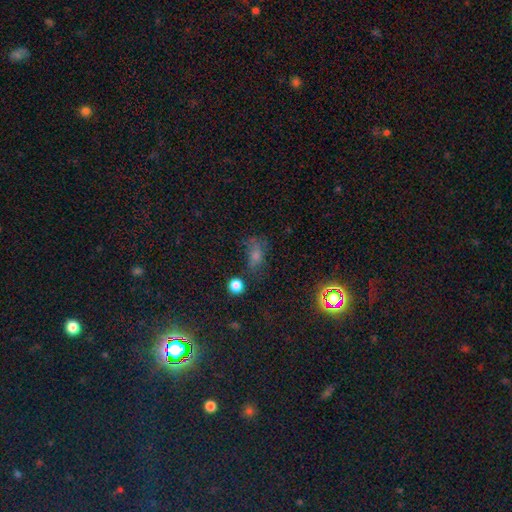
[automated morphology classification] Smooth or featured?
  - smooth: 46% *
  - star or artifact: 37%
  - featured or disk: 17%
Merging?
  - none: 47% *
  - minor disturbance: 26%
  - major disturbance: 22%
  - merger: 5%